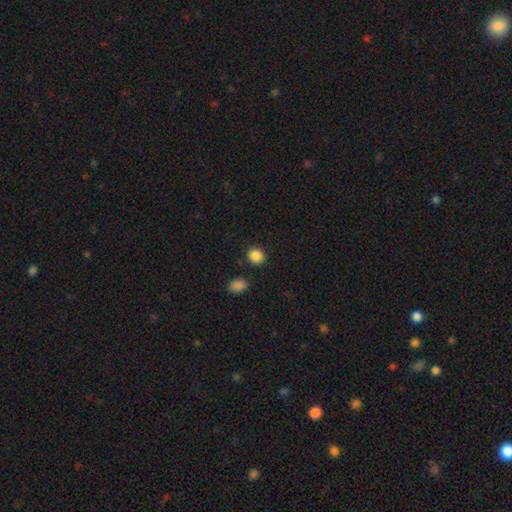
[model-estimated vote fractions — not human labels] Smooth or featured? smooth (88%)
How rounded? round (85%)
Merging? none (88%)